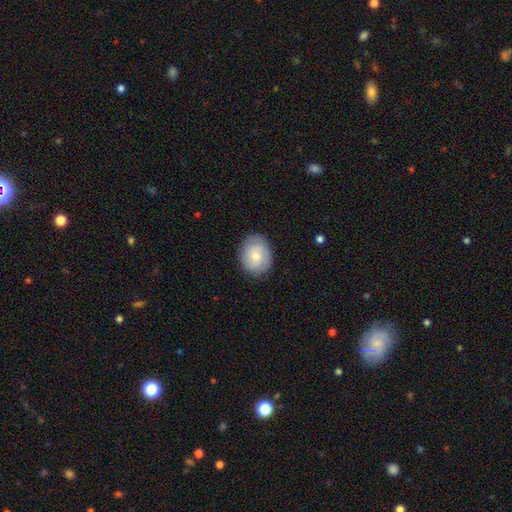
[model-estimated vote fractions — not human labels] Smooth or featured? Predicted: smooth (p=0.68). How rounded? Predicted: round (p=0.55). Merging? Predicted: none (p=0.83).